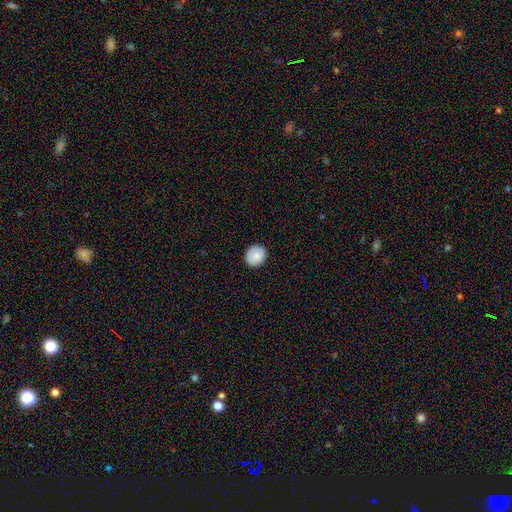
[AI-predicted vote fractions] Overall: smooth (85%). How rounded: round (81%). Merging: none (89%).